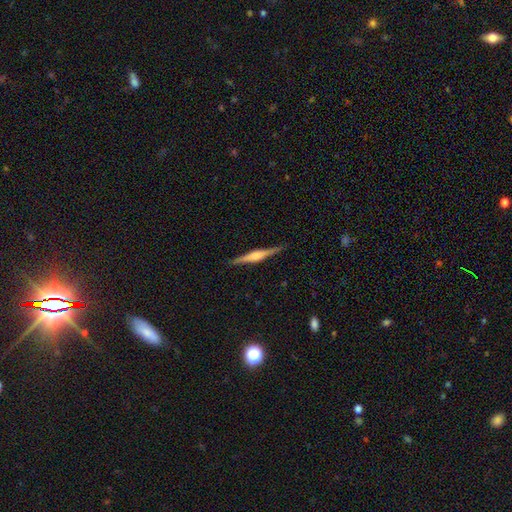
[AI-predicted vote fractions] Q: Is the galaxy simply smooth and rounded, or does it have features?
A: featured or disk — 75%.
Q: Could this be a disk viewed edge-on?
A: yes — 98%.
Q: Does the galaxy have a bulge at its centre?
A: rounded — 71%.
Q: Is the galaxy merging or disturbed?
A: none — 91%.